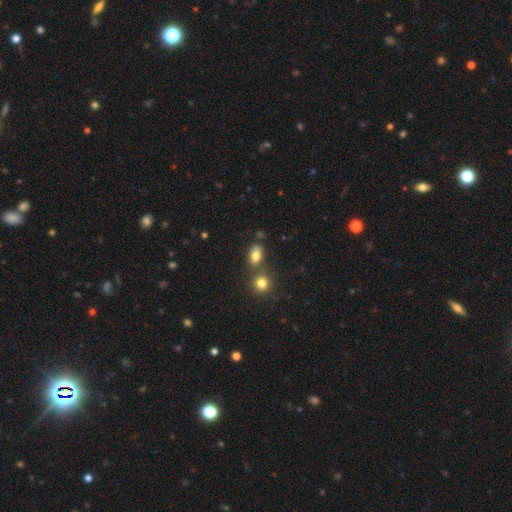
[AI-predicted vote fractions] Smooth or featured?
  - smooth: 80% *
  - star or artifact: 11%
  - featured or disk: 9%
How rounded?
  - in between: 83% *
  - round: 14%
  - cigar-shaped: 3%
Merging?
  - none: 61% *
  - merger: 22%
  - minor disturbance: 13%
  - major disturbance: 4%